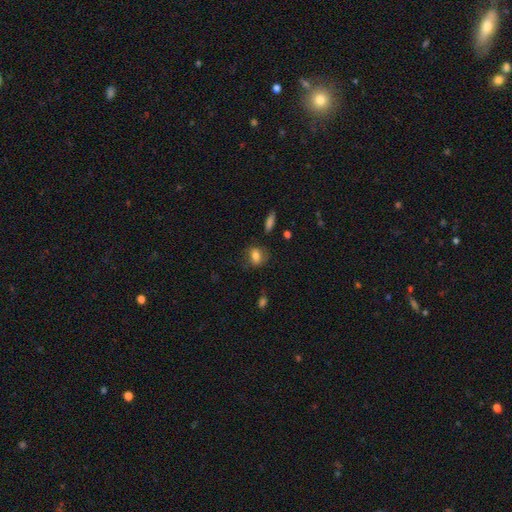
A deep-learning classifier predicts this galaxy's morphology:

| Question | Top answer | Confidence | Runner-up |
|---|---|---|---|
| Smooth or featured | smooth | 78% | featured or disk (12%) |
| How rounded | in between | 61% | round (36%) |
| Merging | none | 71% | minor disturbance (19%) |